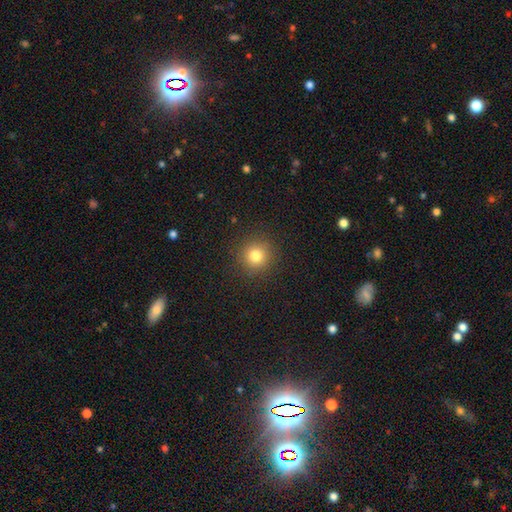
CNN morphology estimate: This appears to be a smooth galaxy with no disk features (80%) that is round (93%). Merging: none (90%).